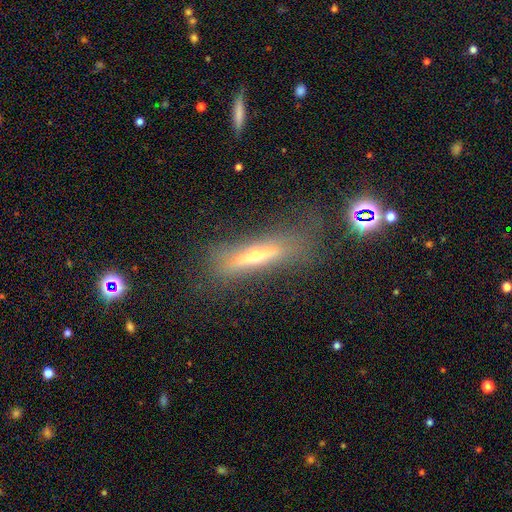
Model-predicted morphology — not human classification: Smooth or featured: featured or disk — 53% (smooth — 34%)
Edge-on disk: yes — 79% (no — 21%)
Merging: none — 61% (minor disturbance — 20%)